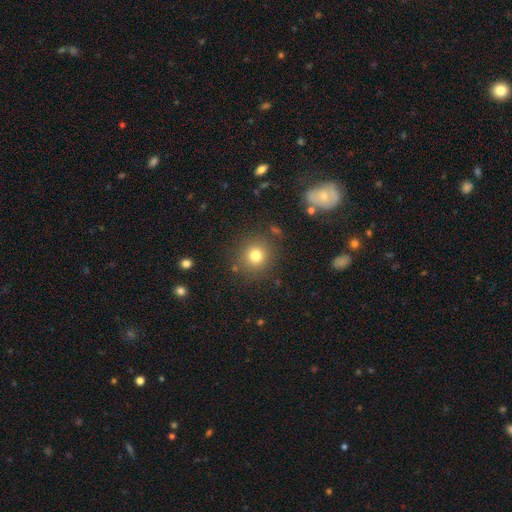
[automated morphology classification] smooth_or_featured: smooth (p=0.78) [alt: star or artifact p=0.14]
how_rounded: round (p=0.93) [alt: in between p=0.06]
merging: none (p=0.87) [alt: minor disturbance p=0.08]